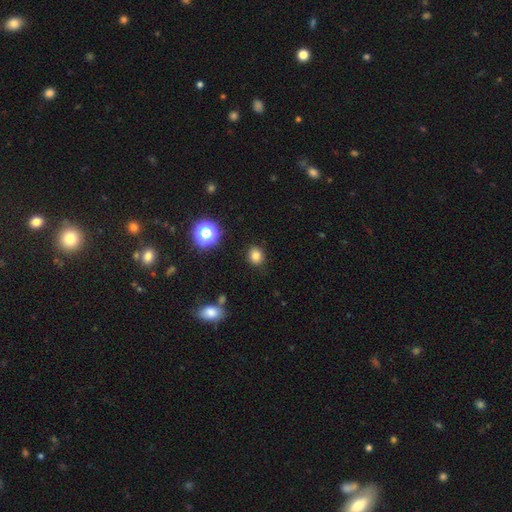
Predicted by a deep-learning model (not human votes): smooth 81%, star or artifact 14%, featured or disk 5%. Down the decision tree: how rounded — round (68%); merging — none (88%).